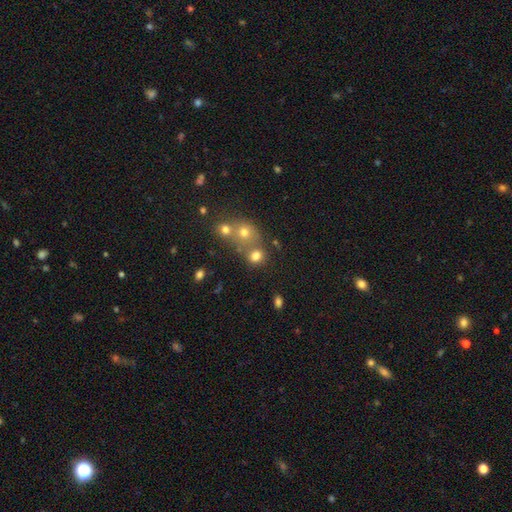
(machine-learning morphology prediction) smooth 74%, star or artifact 15%, featured or disk 10%. Down the decision tree: how rounded — round (73%); merging — none (52%).